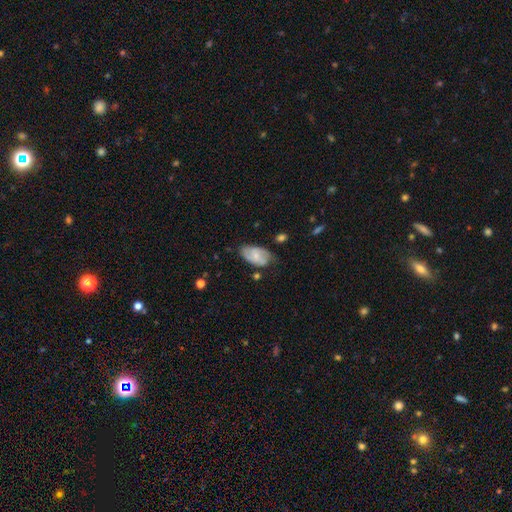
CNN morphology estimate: Smooth or featured?
  - smooth: 53% *
  - featured or disk: 40%
  - star or artifact: 7%
How rounded?
  - in between: 93% *
  - round: 5%
  - cigar-shaped: 2%
Merging?
  - none: 59% *
  - minor disturbance: 30%
  - major disturbance: 8%
  - merger: 3%